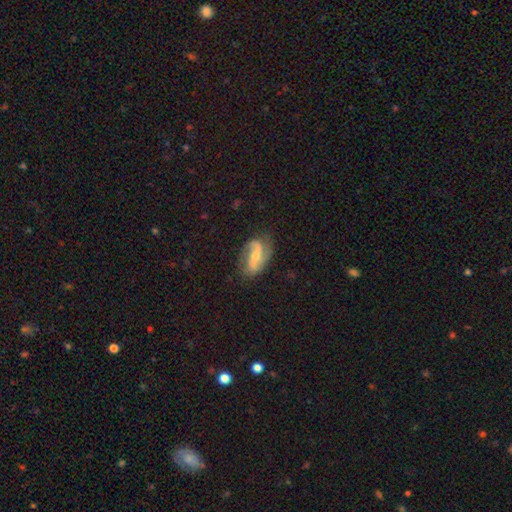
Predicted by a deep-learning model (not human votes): This is clearly a featured or disk galaxy (82%). It is clearly not viewed edge-on (97%). Bar: marginally weak (39%). Spiral arm pattern: clearly yes (95%). Spiral arm count: clearly 2 (89%). Spiral winding: possibly loose (51%). Central bulge: possibly small (50%). Merging: likely none (72%).